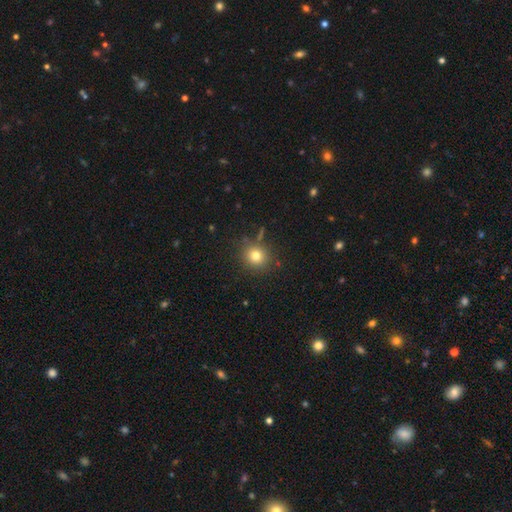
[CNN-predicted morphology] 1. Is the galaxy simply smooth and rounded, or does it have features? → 77% smooth, 14% star or artifact, 9% featured or disk.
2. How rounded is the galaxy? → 85% round, 14% in between, 1% cigar-shaped.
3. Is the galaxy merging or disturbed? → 84% none, 9% minor disturbance, 4% merger, 3% major disturbance.